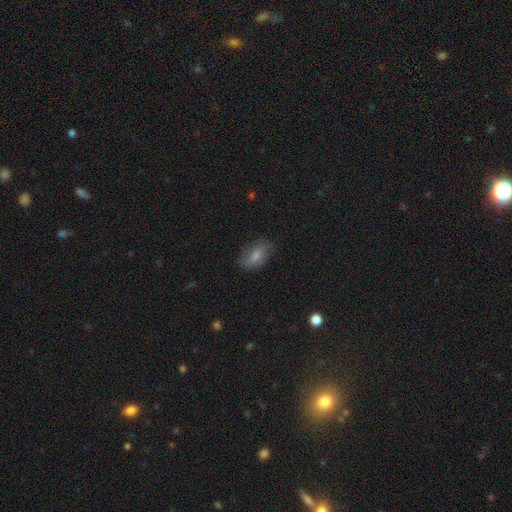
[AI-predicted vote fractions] smooth 47%, featured or disk 38%, star or artifact 15%. Down the decision tree: merging — none (73%).